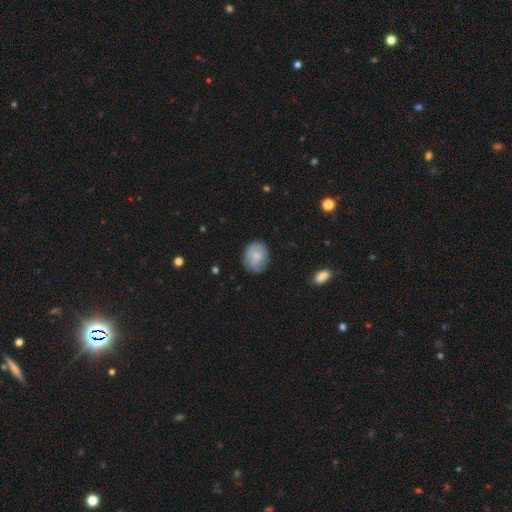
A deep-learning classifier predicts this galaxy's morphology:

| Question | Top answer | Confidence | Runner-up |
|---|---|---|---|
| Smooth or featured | smooth | 70% | featured or disk (22%) |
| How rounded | round | 51% | in between (48%) |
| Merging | none | 73% | minor disturbance (21%) |